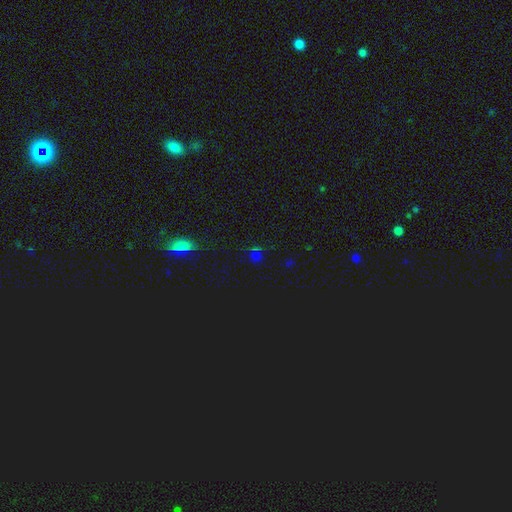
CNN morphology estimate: Smooth or featured? star or artifact (59%)